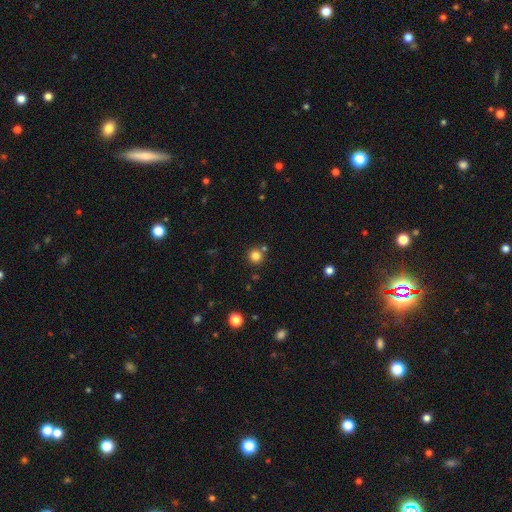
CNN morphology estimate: A smooth galaxy with no disk features (81%) that is round (94%). Merging: none (81%).